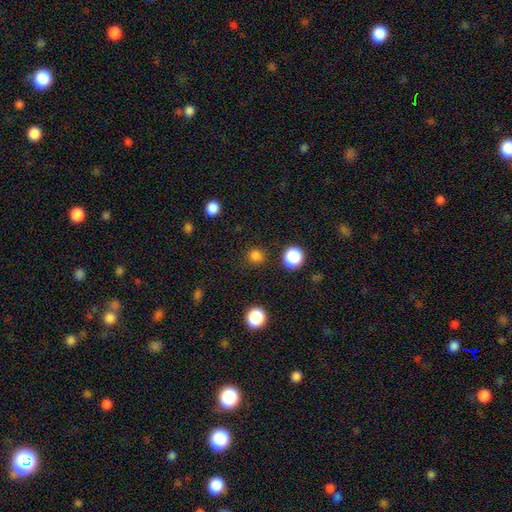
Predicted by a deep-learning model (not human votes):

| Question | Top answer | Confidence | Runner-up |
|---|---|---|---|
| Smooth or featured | smooth | 80% | star or artifact (17%) |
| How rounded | round | 91% | in between (8%) |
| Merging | none | 88% | minor disturbance (7%) |